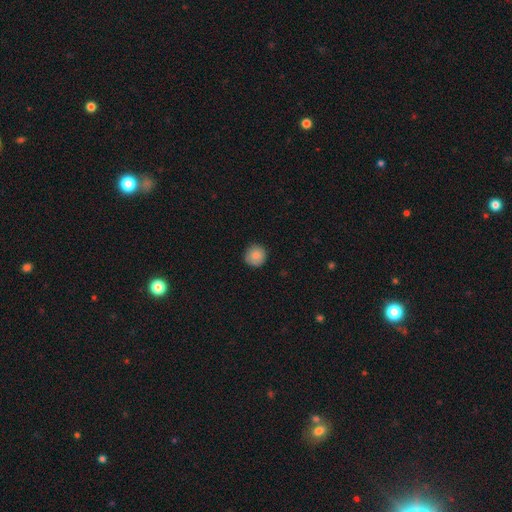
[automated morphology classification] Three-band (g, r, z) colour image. It shows a smooth galaxy with no disk features (85%) that is round (95%). Merging: none (88%).